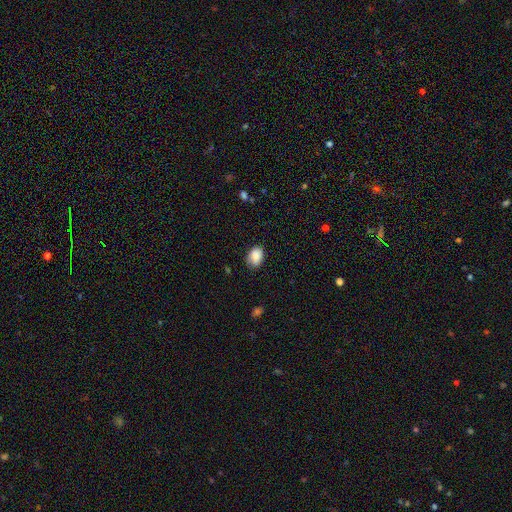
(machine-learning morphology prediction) This is clearly a smooth galaxy (87%). How rounded: likely in between (76%). Merging: likely none (73%).